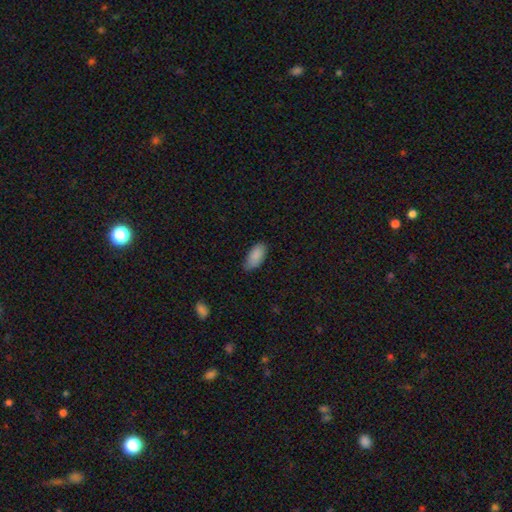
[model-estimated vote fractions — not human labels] Smooth or featured?
  - smooth: 89% *
  - star or artifact: 6%
  - featured or disk: 5%
How rounded?
  - in between: 91% *
  - cigar-shaped: 7%
  - round: 2%
Merging?
  - none: 74% *
  - minor disturbance: 22%
  - major disturbance: 3%
  - merger: 1%